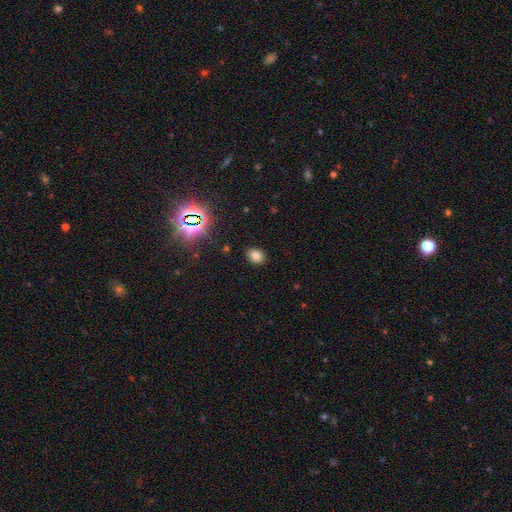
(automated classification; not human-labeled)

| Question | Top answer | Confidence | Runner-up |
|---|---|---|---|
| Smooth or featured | smooth | 75% | star or artifact (18%) |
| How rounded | in between | 63% | round (36%) |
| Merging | none | 88% | minor disturbance (9%) |